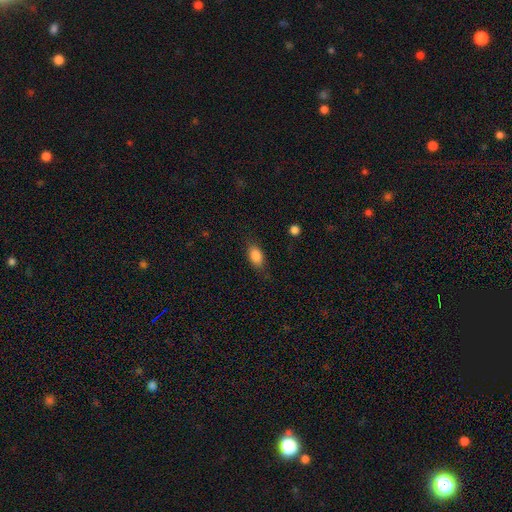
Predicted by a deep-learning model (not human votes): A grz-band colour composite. It shows a smooth galaxy with no disk features (85%) that is in between round and cigar-shaped (87%). Merging: none (78%).